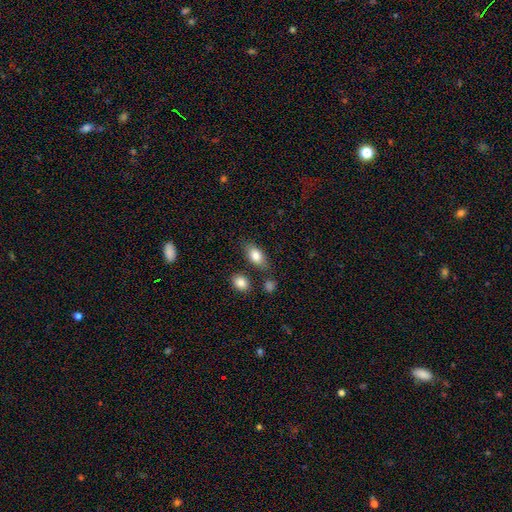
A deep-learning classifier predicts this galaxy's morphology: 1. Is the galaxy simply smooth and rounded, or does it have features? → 82% smooth, 11% featured or disk, 7% star or artifact.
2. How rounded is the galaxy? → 87% in between, 9% round, 5% cigar-shaped.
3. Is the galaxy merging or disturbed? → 74% none, 15% minor disturbance, 8% merger, 4% major disturbance.